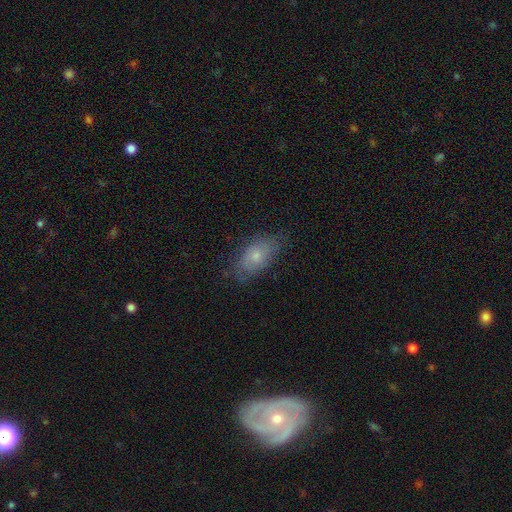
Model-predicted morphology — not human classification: Q: Smooth or featured?
A: smooth (65%); runner-up: featured or disk (27%)
Q: How rounded?
A: in between (89%); runner-up: round (7%)
Q: Merging?
A: none (71%); runner-up: minor disturbance (22%)